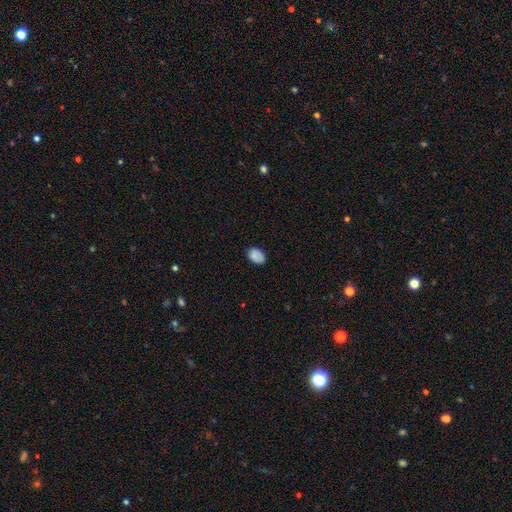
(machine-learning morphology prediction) A smooth galaxy with no disk features (81%) that is in between round and cigar-shaped (79%). Merging: none (74%).